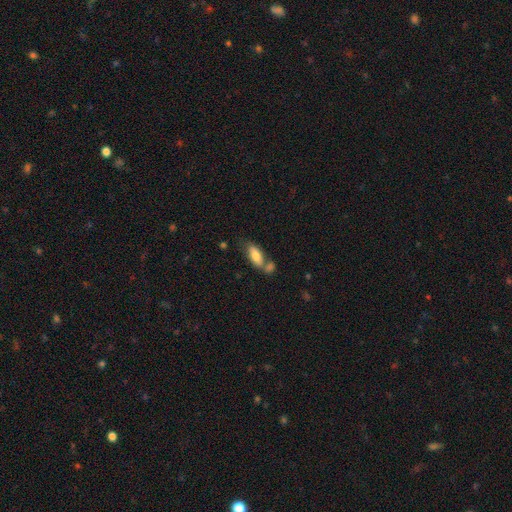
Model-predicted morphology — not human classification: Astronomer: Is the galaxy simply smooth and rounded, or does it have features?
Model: smooth — 74%.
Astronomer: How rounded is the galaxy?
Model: in between — 82%.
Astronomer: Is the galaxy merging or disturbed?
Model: none — 45% (runner-up: merger, 35%).